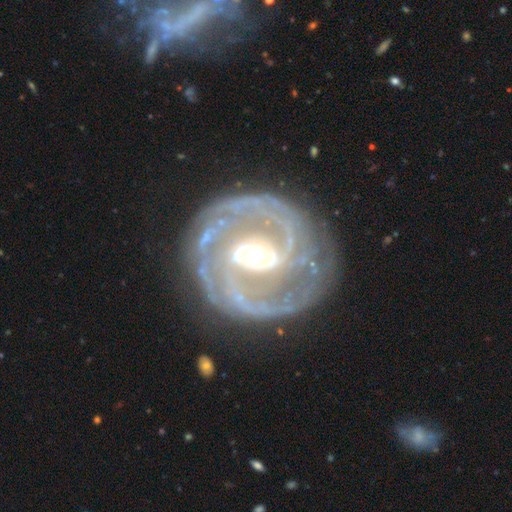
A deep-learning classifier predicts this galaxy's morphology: This appears to be a featured or disk galaxy (91%) with a weak bar (42%), 2 (63%) tight (56%) spiral arms (97%) and a moderate central bulge (67%). Merging: none (78%).